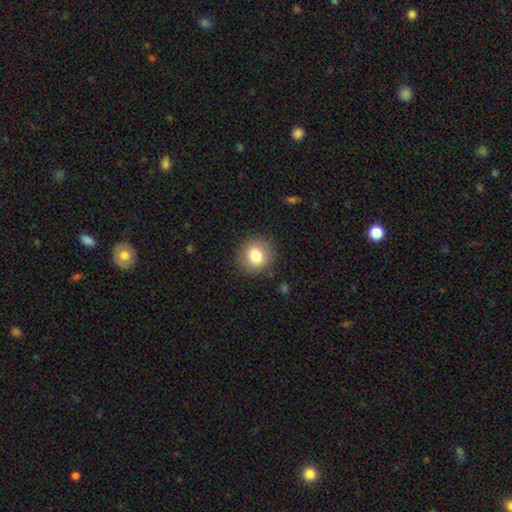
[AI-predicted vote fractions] This appears to be a smooth galaxy with no disk features (80%) that is round (85%). Merging: none (88%).